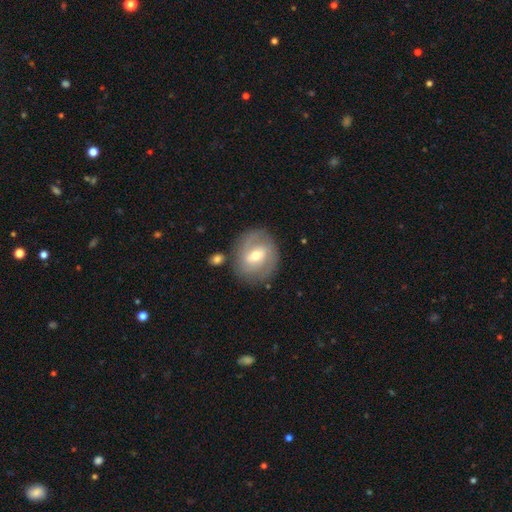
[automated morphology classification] smooth_or_featured: featured or disk (p=0.64) [alt: smooth p=0.29]
disk_edge_on: no (p=0.95) [alt: yes p=0.05]
bar: weak (p=0.53) [alt: strong p=0.25]
has_spiral_arms: yes (p=0.73) [alt: no p=0.27]
bulge_size: moderate (p=0.67) [alt: small p=0.27]
merging: none (p=0.76) [alt: minor disturbance p=0.14]